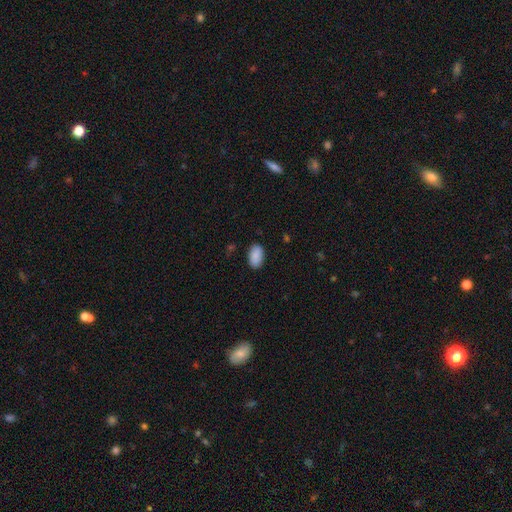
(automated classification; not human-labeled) A smooth galaxy with no disk features (90%) that is in between round and cigar-shaped (94%). Merging: none (87%).